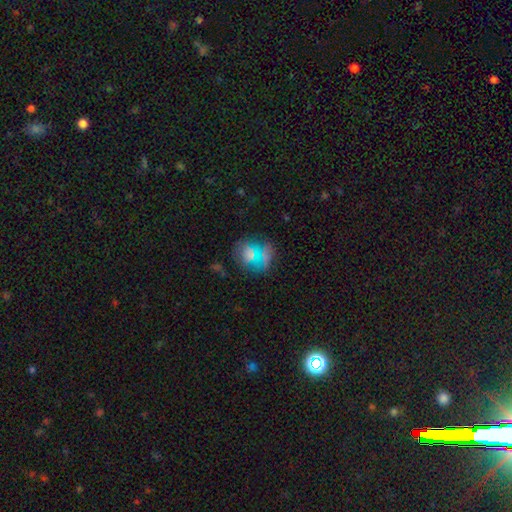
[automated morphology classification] smooth-or-featured: smooth: 50% | star or artifact: 27% | featured or disk: 24%
  merging: none: 56% | merger: 21% | minor disturbance: 15% | major disturbance: 8%